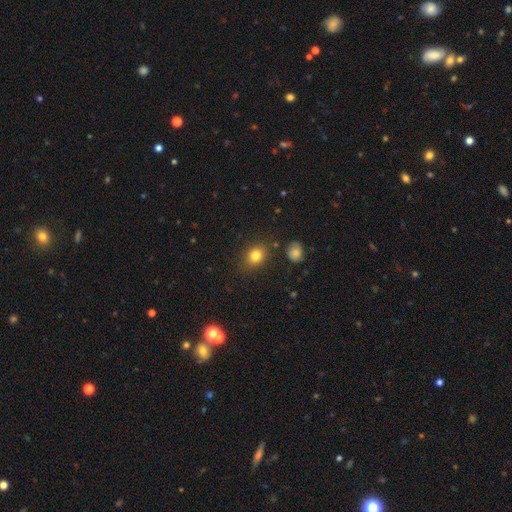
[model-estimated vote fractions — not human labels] smooth 80%, star or artifact 12%, featured or disk 8%. Down the decision tree: how rounded — round (50%); merging — none (81%).